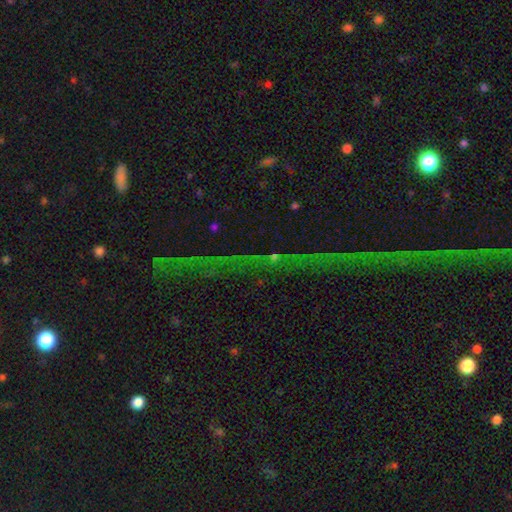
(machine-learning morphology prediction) This is likely a star or artifact rather than a galaxy (78%).